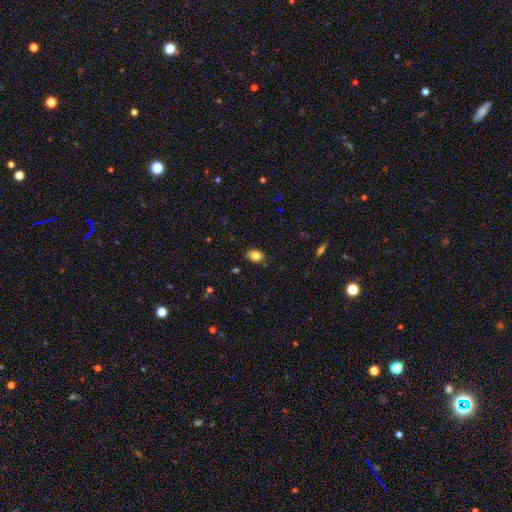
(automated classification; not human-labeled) Smooth or featured? Predicted: smooth (p=0.84). How rounded? Predicted: in between (p=0.79). Merging? Predicted: none (p=0.83).